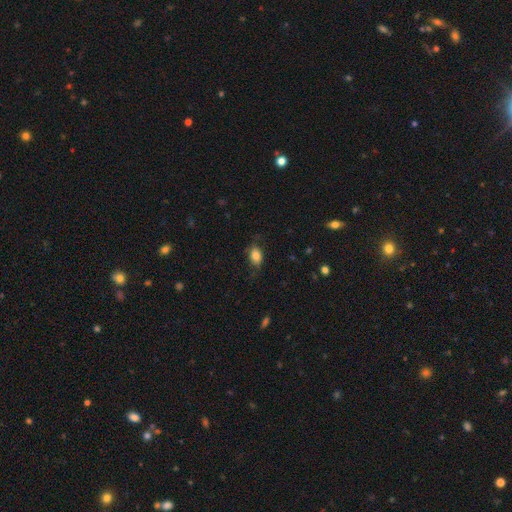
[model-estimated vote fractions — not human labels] Smooth or featured? smooth (80%)
How rounded? in between (83%)
Merging? none (67%)